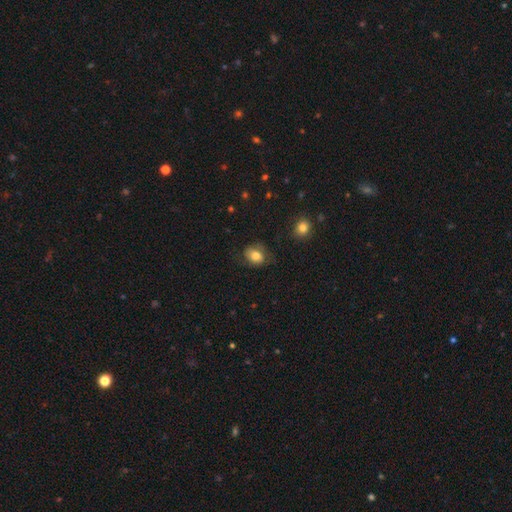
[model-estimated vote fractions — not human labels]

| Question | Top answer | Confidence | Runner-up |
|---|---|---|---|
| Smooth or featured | smooth | 78% | featured or disk (13%) |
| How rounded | round | 51% | in between (48%) |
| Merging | none | 67% | minor disturbance (23%) |